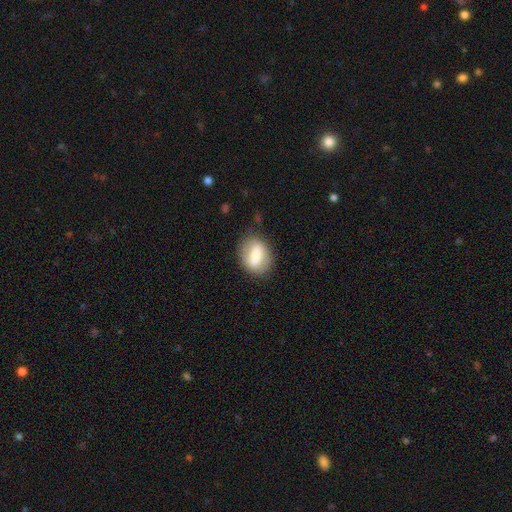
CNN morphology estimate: Smooth or featured: smooth — 63% (featured or disk — 30%)
How rounded: in between — 67% (round — 30%)
Merging: none — 78% (minor disturbance — 15%)